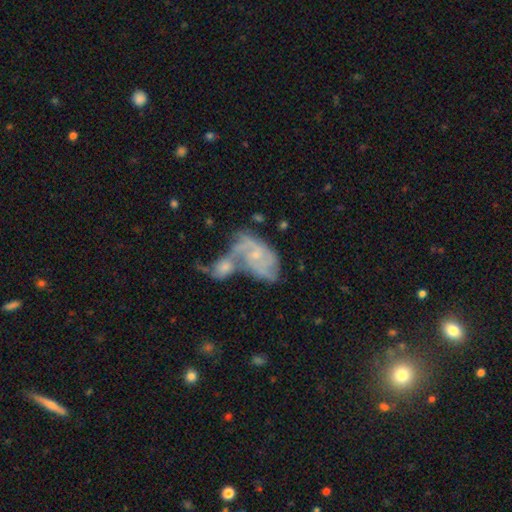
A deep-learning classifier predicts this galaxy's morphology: Smooth or featured: featured or disk — 80% (smooth — 13%)
Edge-on disk: no — 97% (yes — 3%)
Bar: no — 64% (weak — 31%)
Spiral arms: yes — 92% (no — 8%)
Spiral winding: medium — 45% (tight — 35%)
Spiral arm count: 2 — 39% (can't tell — 24%)
Bulge size: small — 71% (moderate — 22%)
Merging: merger — 58% (none — 20%)